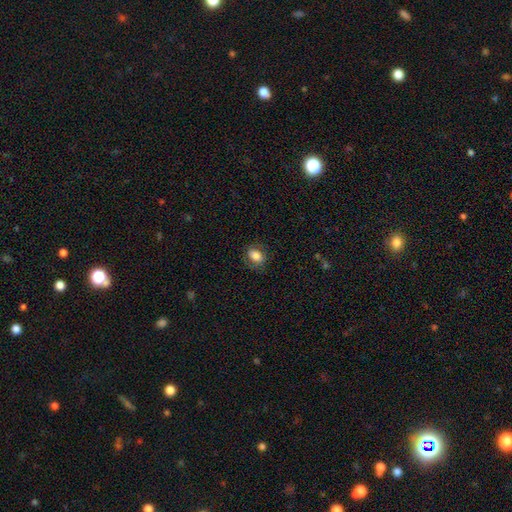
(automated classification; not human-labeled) Smooth or featured? Predicted: smooth (p=0.79). How rounded? Predicted: in between (p=0.72). Merging? Predicted: none (p=0.77).